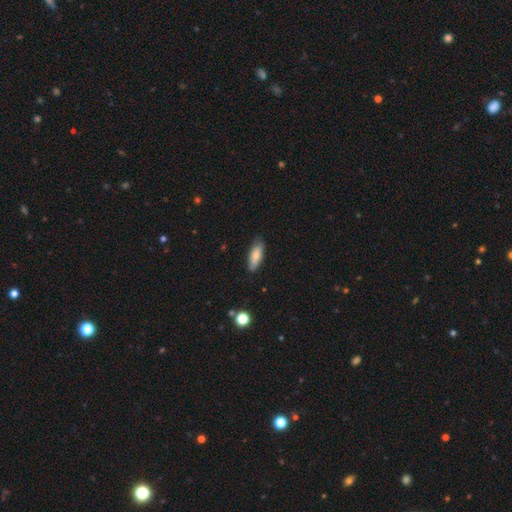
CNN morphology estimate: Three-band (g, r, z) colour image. It shows a smooth galaxy with no disk features (76%) that is in between round and cigar-shaped (70%). Merging: none (81%).